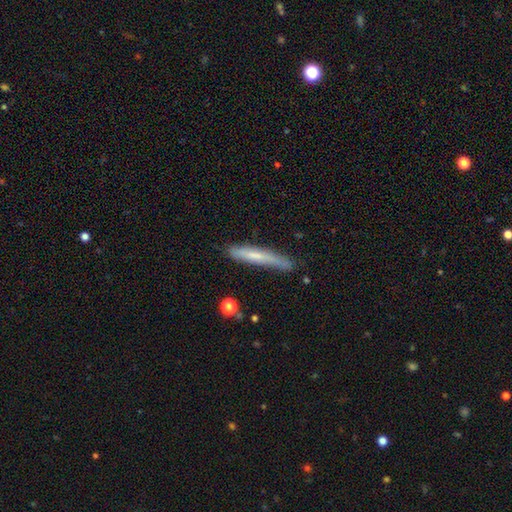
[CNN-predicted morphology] A smooth galaxy with no disk features (57%) that is cigar-shaped (94%). Merging: none (71%).